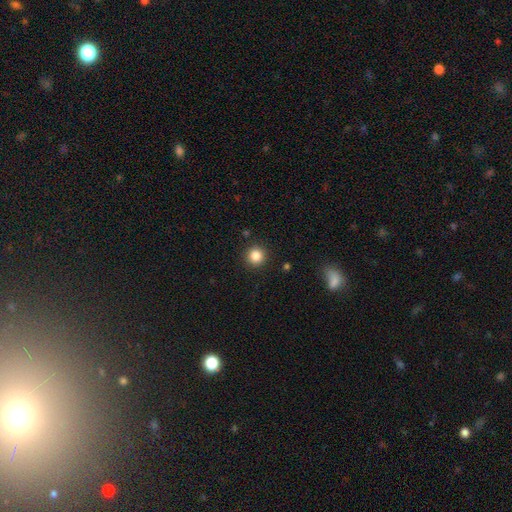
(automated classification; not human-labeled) Smooth or featured? smooth (84%)
How rounded? round (94%)
Merging? none (91%)